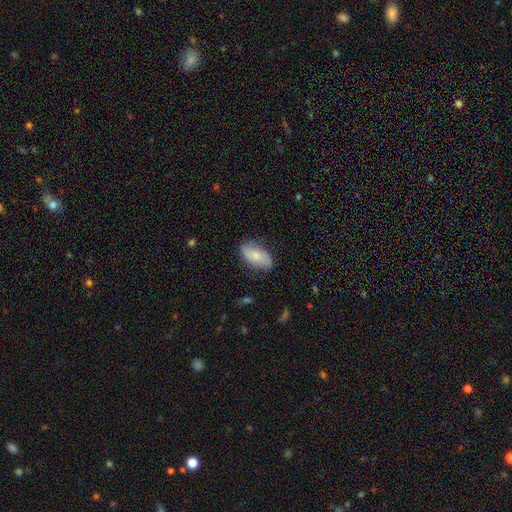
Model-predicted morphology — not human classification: smooth_or_featured: smooth (p=0.61) [alt: featured or disk p=0.32]
how_rounded: in between (p=0.92) [alt: round p=0.04]
merging: none (p=0.73) [alt: minor disturbance p=0.21]